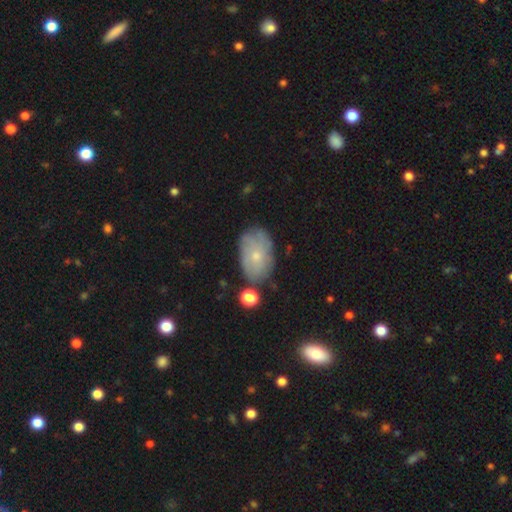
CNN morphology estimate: A smooth galaxy with no disk features (53%) that is in between round and cigar-shaped (89%).

Vote fractions:
- Smooth or featured? smooth: 53% / featured or disk: 39% / star or artifact: 8%
- How rounded? in between: 89% / round: 10% / cigar-shaped: 1%
- Merging? none: 66% / minor disturbance: 22% / major disturbance: 6% / merger: 5%